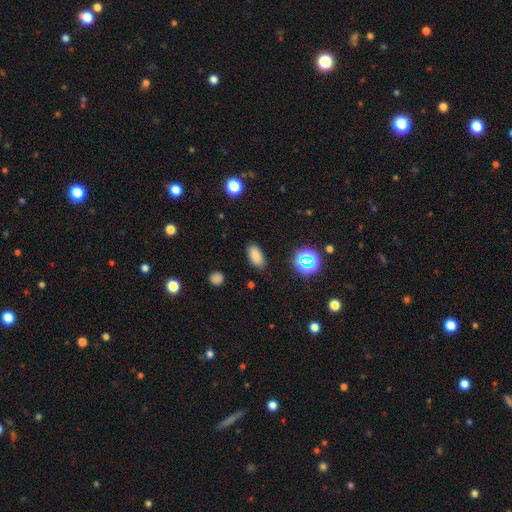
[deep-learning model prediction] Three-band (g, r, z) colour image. It shows a smooth galaxy with no disk features (81%) that is in between round and cigar-shaped (90%). Merging: none (85%).